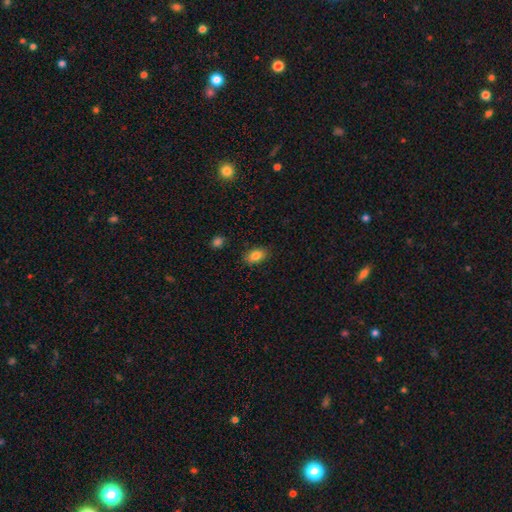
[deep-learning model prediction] Smooth or featured: smooth — 83% (star or artifact — 9%)
How rounded: in between — 87% (round — 11%)
Merging: none — 86% (minor disturbance — 10%)